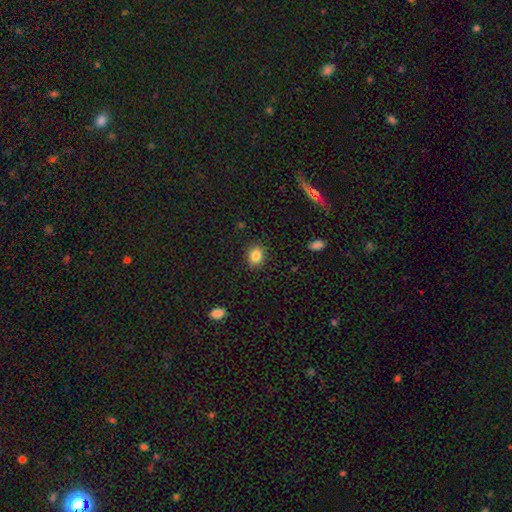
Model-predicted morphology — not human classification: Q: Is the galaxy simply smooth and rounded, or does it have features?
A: smooth — 85%.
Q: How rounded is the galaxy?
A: round — 52%.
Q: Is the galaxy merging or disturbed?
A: none — 88%.